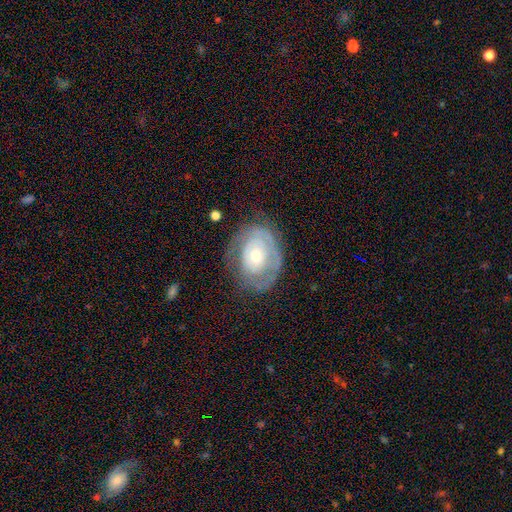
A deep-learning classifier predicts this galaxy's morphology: The model was most divided on "bulge size": small: 48%, moderate: 43%, large: 6%, none: 2%, dominant: 1%. More confident: edge-on disk — no (96%); bar — no (80%); smooth or featured — featured or disk (65%); merging — none (63%); spiral arms — yes (59%).